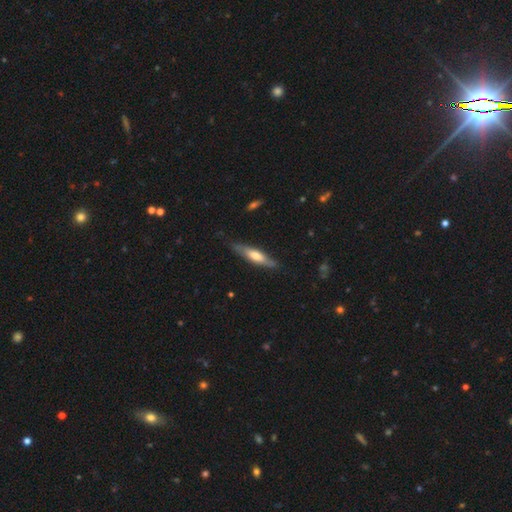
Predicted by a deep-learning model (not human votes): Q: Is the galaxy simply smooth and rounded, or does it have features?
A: smooth — 49%.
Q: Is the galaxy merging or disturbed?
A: none — 75%.